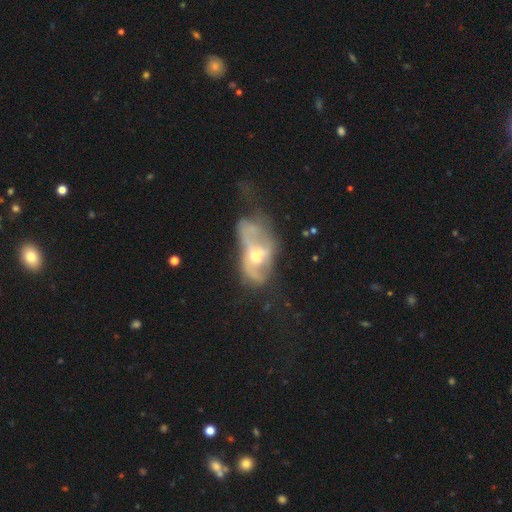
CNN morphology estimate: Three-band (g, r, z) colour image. It shows a featured or disk galaxy (66%) with no bar (67%), no spiral arms (64%) and a moderate central bulge (67%). Merging: major disturbance (48%).